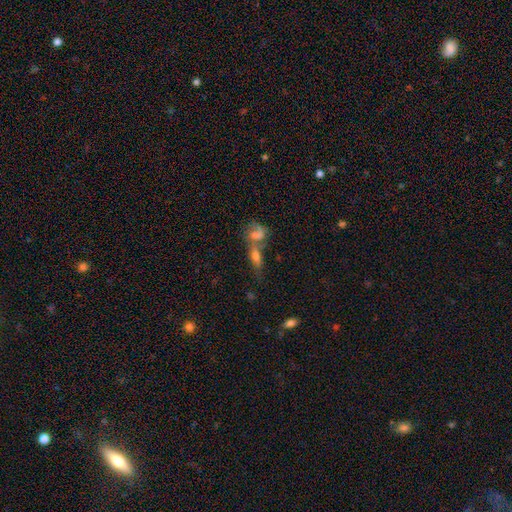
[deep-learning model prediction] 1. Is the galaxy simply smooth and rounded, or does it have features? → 44% smooth, 40% featured or disk, 16% star or artifact.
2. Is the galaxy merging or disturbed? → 47% merger, 36% none, 11% minor disturbance, 7% major disturbance.